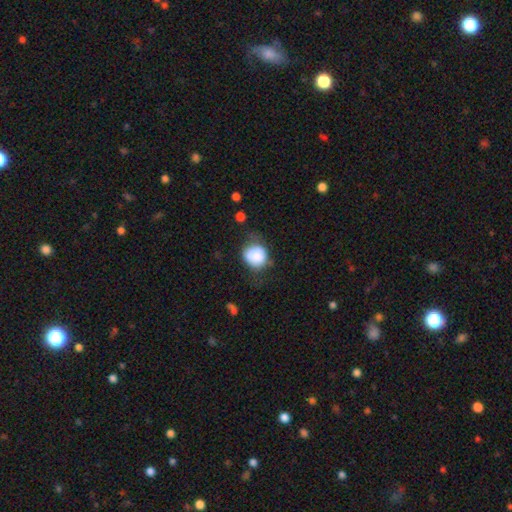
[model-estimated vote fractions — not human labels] The model was most divided on "merging": none: 45%, minor disturbance: 33%, major disturbance: 17%, merger: 5%. More confident: smooth or featured — smooth (81%); how rounded — round (73%).